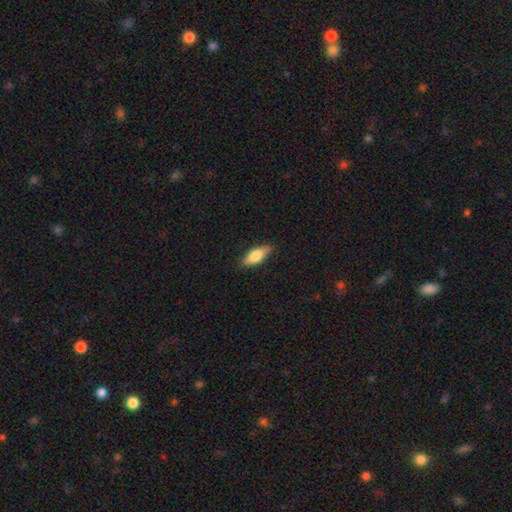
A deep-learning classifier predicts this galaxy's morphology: type=smooth (72%); roundness=in between (69%); merging=none (85%).